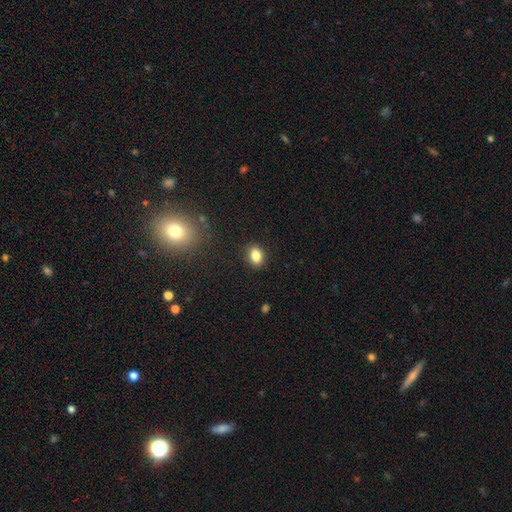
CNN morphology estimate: Overall: smooth (83%). How rounded: in between (68%; round 31%). Merging: none (87%).